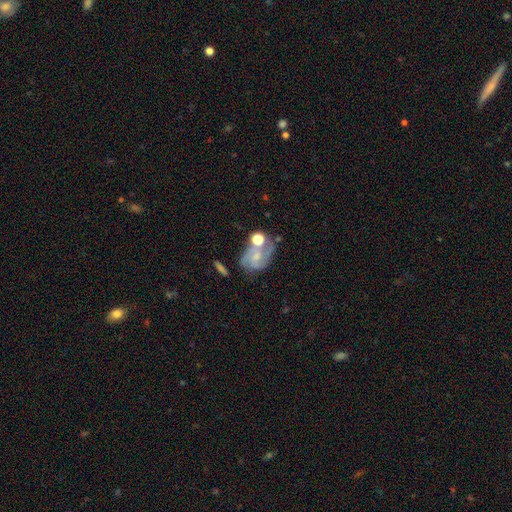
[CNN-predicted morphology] Smooth or featured: featured or disk — 65% (smooth — 26%)
Edge-on disk: no — 97% (yes — 3%)
Bar: no — 60% (weak — 33%)
Spiral arms: yes — 85% (no — 15%)
Spiral winding: medium — 46% (tight — 33%)
Spiral arm count: 2 — 59% (can't tell — 21%)
Bulge size: small — 49% (moderate — 29%)
Merging: none — 40% (merger — 23%)